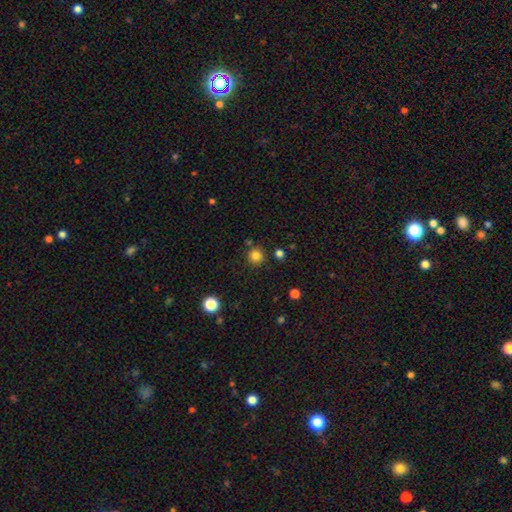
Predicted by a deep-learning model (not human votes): Morphology: type=smooth (82%); roundness=round (94%); merging=none (86%).